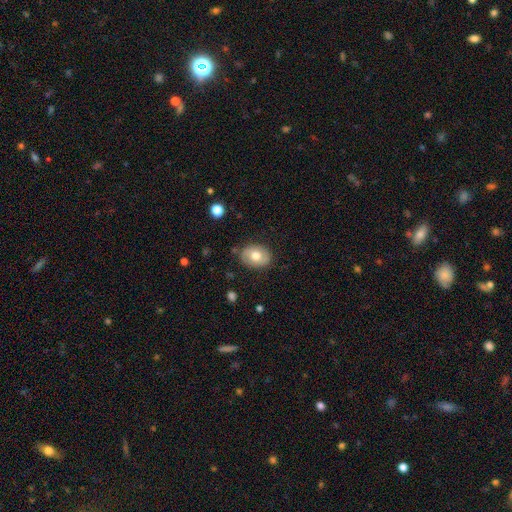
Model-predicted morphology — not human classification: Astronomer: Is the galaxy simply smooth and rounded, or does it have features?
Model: smooth — 69%.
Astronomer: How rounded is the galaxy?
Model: in between — 62%.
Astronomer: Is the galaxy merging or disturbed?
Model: none — 83%.